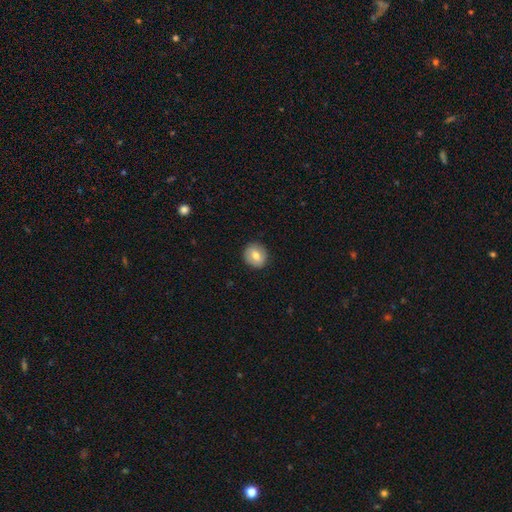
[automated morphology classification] Q: Smooth or featured?
A: smooth (72%); runner-up: featured or disk (20%)
Q: How rounded?
A: round (84%); runner-up: in between (15%)
Q: Merging?
A: none (89%); runner-up: minor disturbance (8%)